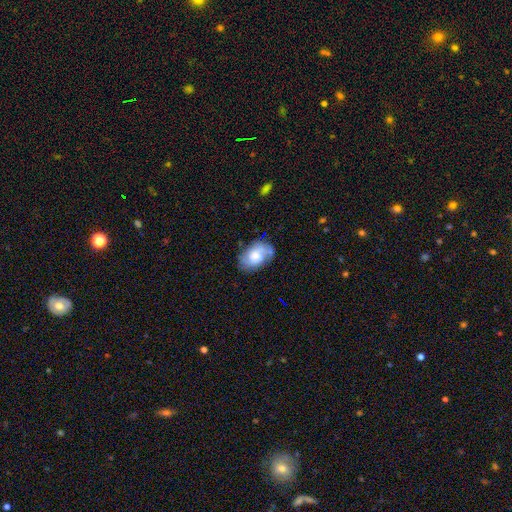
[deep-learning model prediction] Smooth or featured: featured or disk — 48% (smooth — 44%)
Merging: none — 61% (minor disturbance — 25%)